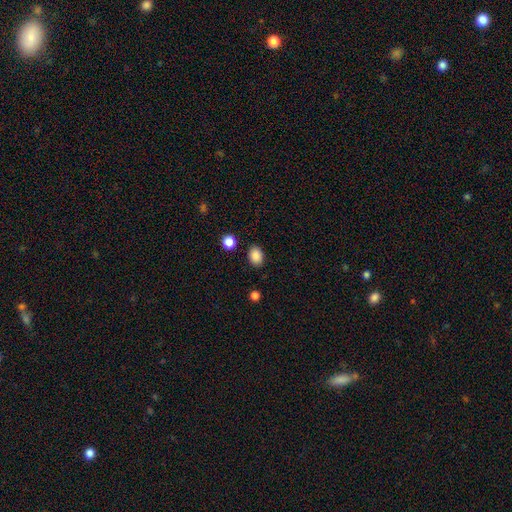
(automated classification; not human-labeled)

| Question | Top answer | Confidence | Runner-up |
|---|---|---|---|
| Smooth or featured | smooth | 87% | star or artifact (9%) |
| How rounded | in between | 65% | round (34%) |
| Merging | none | 87% | minor disturbance (8%) |